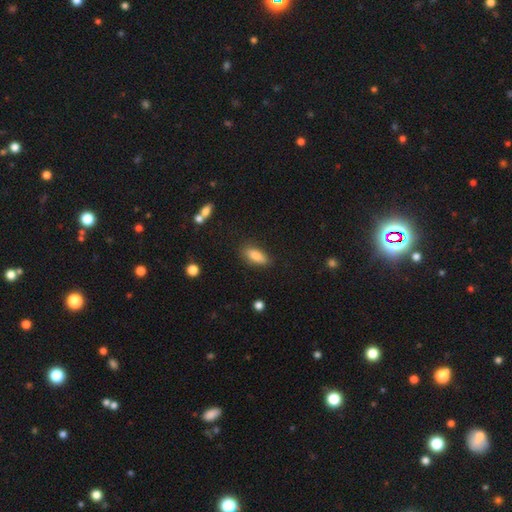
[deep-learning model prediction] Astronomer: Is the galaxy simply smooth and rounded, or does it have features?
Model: smooth — 84%.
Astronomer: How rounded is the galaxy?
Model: in between — 75%.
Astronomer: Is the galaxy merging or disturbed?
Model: none — 83%.